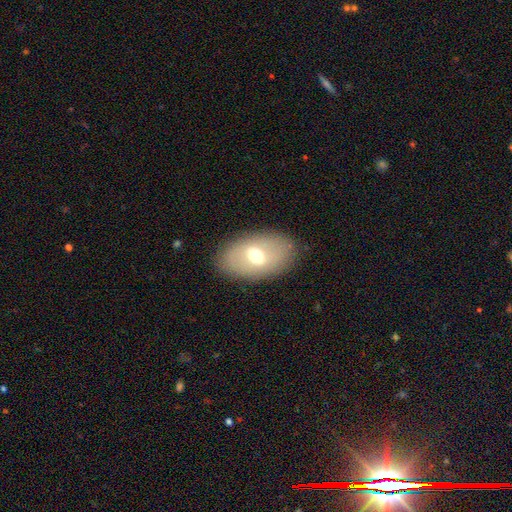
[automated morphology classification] A smooth galaxy with no disk features (56%) that is in between round and cigar-shaped (89%). Merging: none (86%).